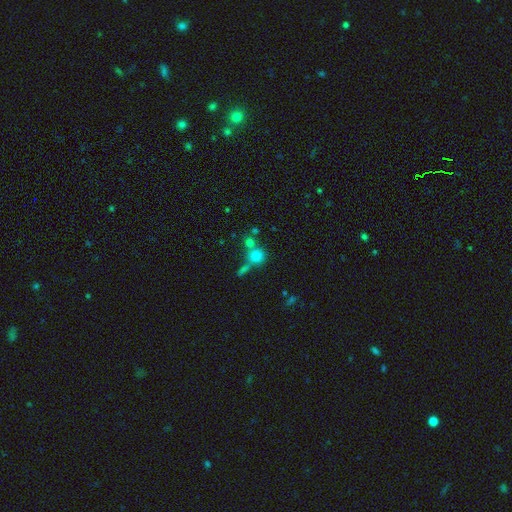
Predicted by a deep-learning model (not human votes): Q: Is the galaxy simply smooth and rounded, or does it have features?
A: smooth — 76%.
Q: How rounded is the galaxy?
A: round — 84%.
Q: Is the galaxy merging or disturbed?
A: none — 52%.